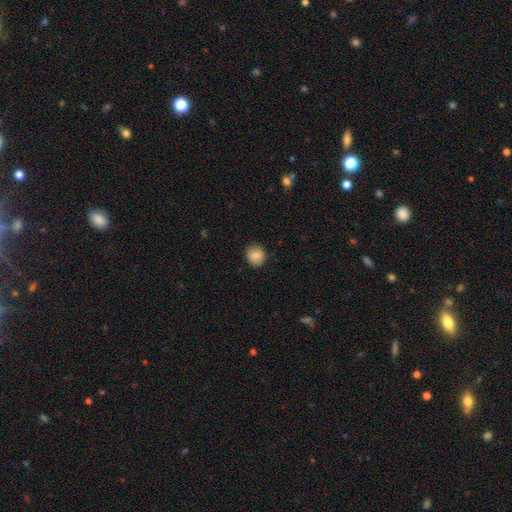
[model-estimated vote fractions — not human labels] Q: Smooth or featured?
A: smooth (84%); runner-up: star or artifact (8%)
Q: How rounded?
A: round (84%); runner-up: in between (16%)
Q: Merging?
A: none (88%); runner-up: minor disturbance (9%)